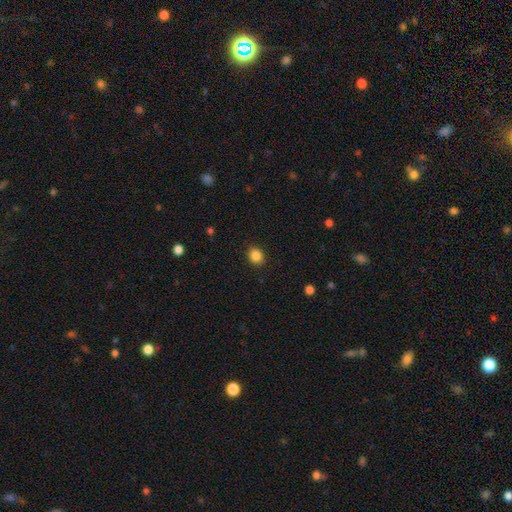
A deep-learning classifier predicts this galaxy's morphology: type=smooth (87%); roundness=round (65%); merging=none (90%).